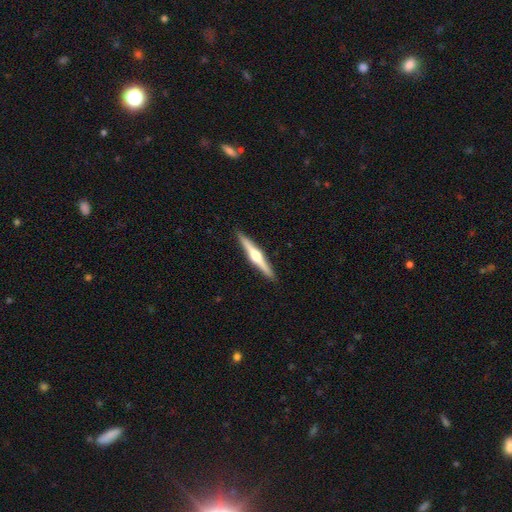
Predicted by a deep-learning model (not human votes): This appears to be a featured or disk galaxy (73%) viewed edge-on (98%) with a rounded central bulge (94%). Merging: none (92%).